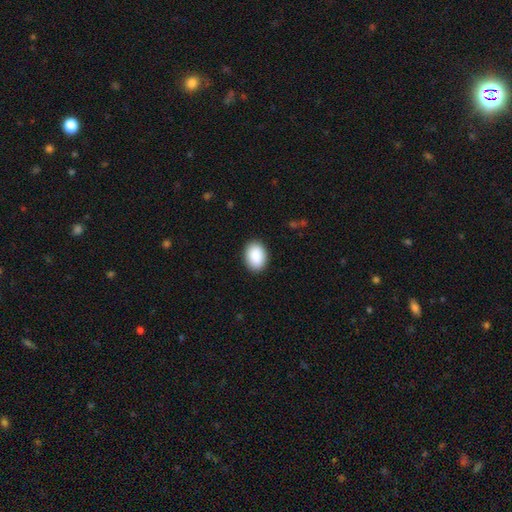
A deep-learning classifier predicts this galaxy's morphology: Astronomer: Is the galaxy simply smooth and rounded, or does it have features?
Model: smooth — 91%.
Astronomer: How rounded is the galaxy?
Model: in between — 79%.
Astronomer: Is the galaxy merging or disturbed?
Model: none — 89%.